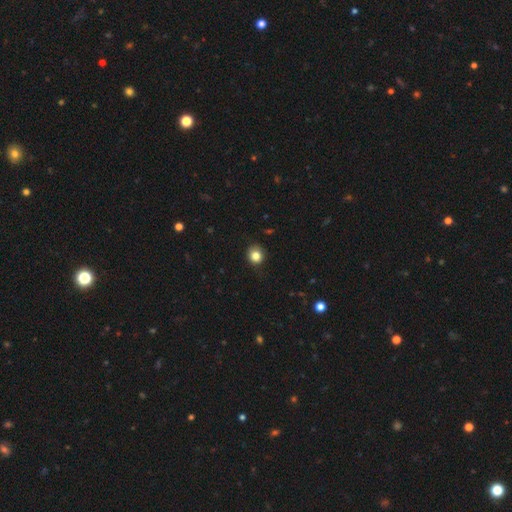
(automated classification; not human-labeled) A smooth galaxy with no disk features (83%) that is round (80%). Merging: none (81%).